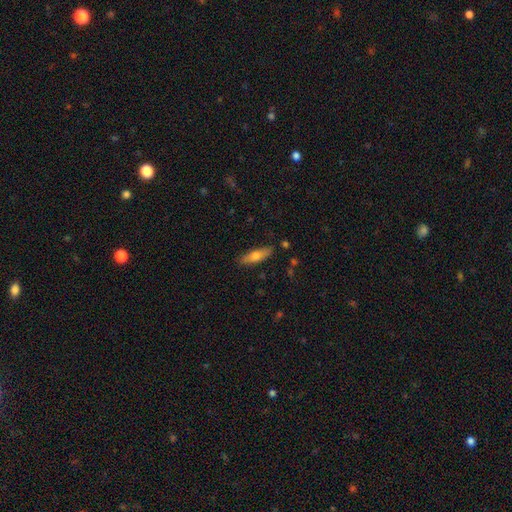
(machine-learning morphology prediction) Smooth or featured? smooth (62%)
How rounded? cigar-shaped (56%)
Merging? none (85%)